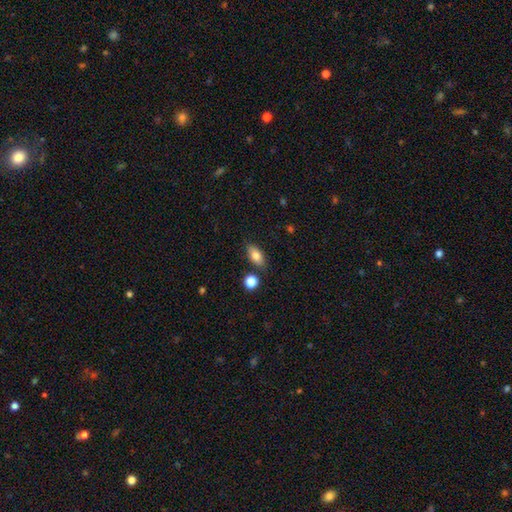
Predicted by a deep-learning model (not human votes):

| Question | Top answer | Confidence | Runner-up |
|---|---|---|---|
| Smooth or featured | smooth | 81% | featured or disk (11%) |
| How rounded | in between | 86% | cigar-shaped (7%) |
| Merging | none | 82% | minor disturbance (11%) |